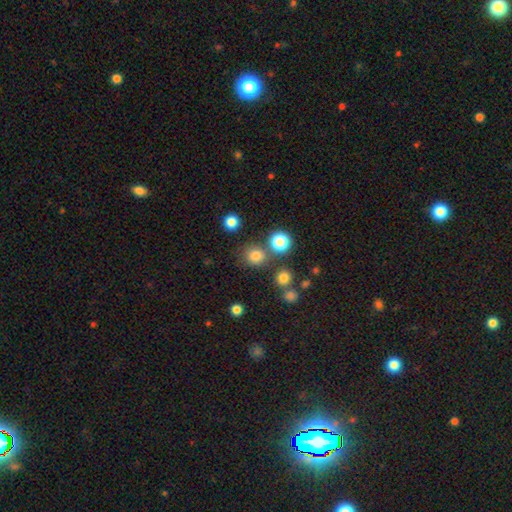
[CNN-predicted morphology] Smooth or featured: smooth — 77% (star or artifact — 17%)
How rounded: round — 86% (in between — 13%)
Merging: none — 76% (merger — 11%)